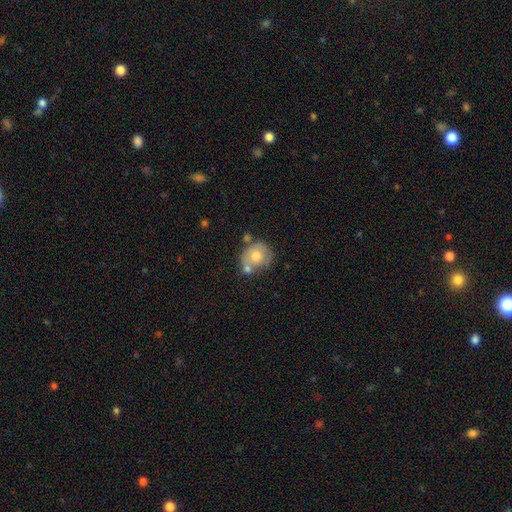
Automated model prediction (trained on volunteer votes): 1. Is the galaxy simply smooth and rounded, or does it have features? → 65% smooth, 27% featured or disk, 8% star or artifact.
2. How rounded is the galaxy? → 72% round, 27% in between, 1% cigar-shaped.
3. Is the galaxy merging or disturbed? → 43% none, 28% merger, 20% minor disturbance, 8% major disturbance.